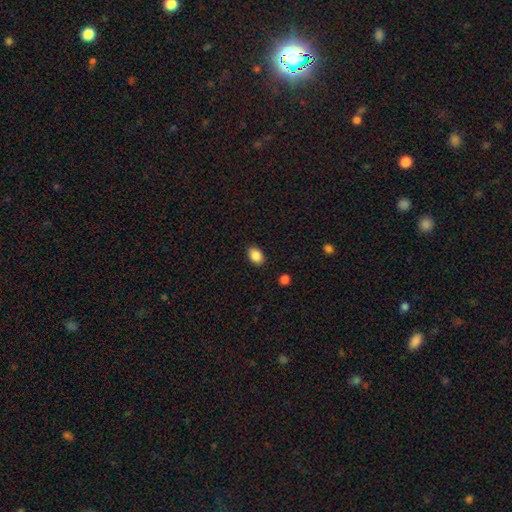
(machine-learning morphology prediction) A smooth galaxy with no disk features (88%) that is in between round and cigar-shaped (81%).

Vote fractions:
- Smooth or featured? smooth: 88% / star or artifact: 8% / featured or disk: 4%
- How rounded? in between: 81% / round: 18% / cigar-shaped: 1%
- Merging? none: 88% / minor disturbance: 9% / major disturbance: 2% / merger: 1%